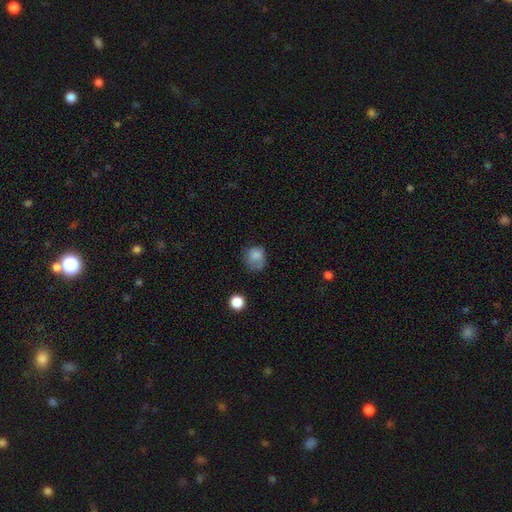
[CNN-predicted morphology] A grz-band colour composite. It shows a smooth galaxy with no disk features (78%) that is round (66%). Merging: none (45%).